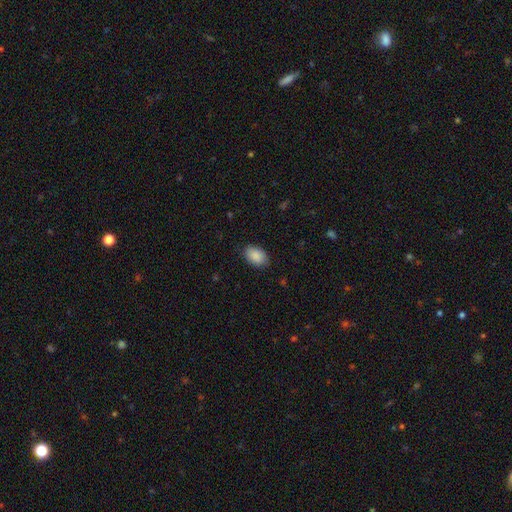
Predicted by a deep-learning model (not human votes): smooth_or_featured: smooth (p=0.90) [alt: star or artifact p=0.07]
how_rounded: in between (p=0.89) [alt: round p=0.10]
merging: none (p=0.85) [alt: minor disturbance p=0.11]